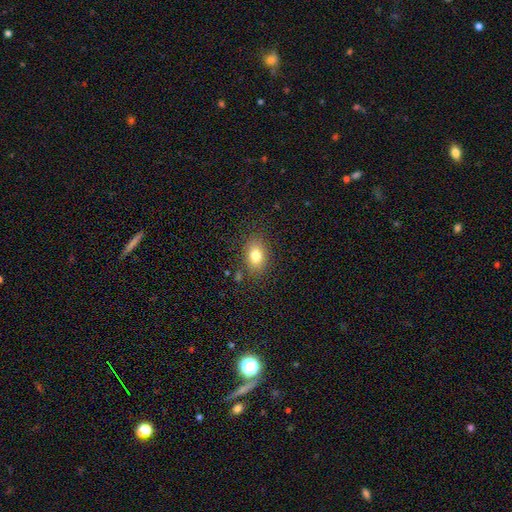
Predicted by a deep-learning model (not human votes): This appears to be a smooth galaxy with no disk features (80%) that is in between round and cigar-shaped (75%). Merging: none (83%).